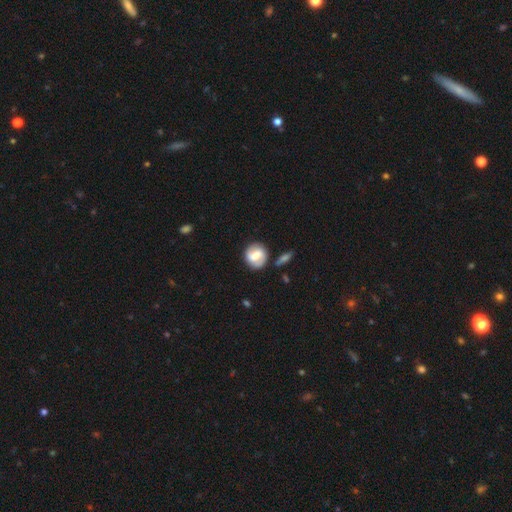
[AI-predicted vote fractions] featured or disk 51%, smooth 42%, star or artifact 7%. Down the decision tree: edge-on disk — no (96%); merging — none (75%).